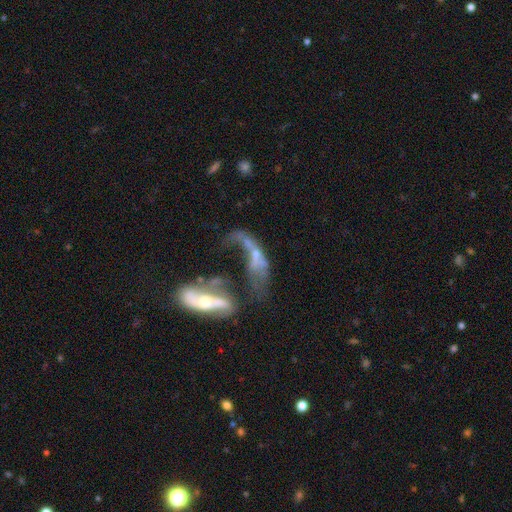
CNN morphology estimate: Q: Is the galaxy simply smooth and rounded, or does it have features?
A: featured or disk — 59%.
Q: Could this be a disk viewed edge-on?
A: no — 83%.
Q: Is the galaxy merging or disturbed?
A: merger — 57%.